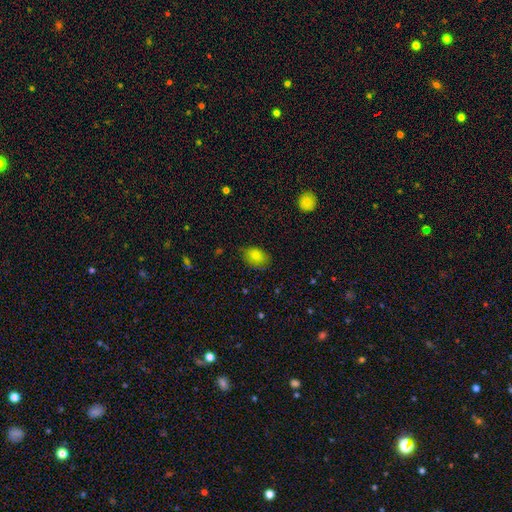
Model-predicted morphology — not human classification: A smooth galaxy with no disk features (85%) that is in between round and cigar-shaped (79%). Merging: none (74%).